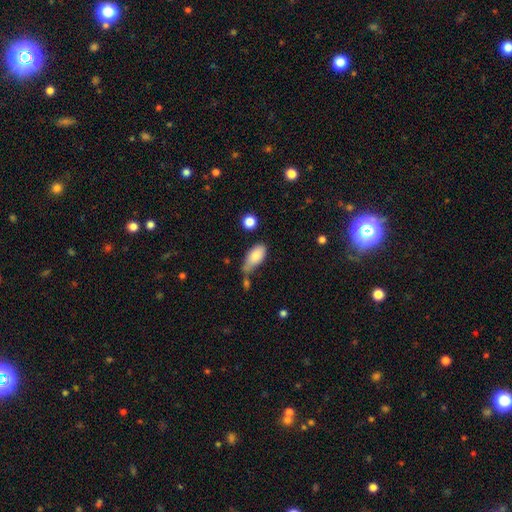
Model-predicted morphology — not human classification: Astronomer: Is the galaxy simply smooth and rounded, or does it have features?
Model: smooth — 82%.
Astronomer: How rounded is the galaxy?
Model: in between — 90%.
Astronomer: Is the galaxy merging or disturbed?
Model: none — 41% (runner-up: minor disturbance, 32%).